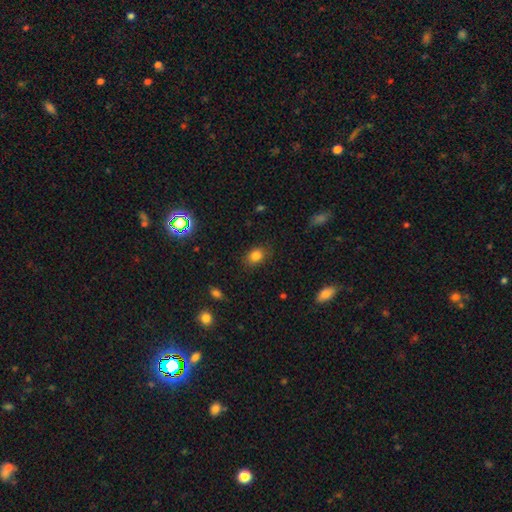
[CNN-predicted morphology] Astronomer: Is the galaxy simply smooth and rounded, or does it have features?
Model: smooth — 82%.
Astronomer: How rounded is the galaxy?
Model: in between — 62%.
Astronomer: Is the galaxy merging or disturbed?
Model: none — 82%.